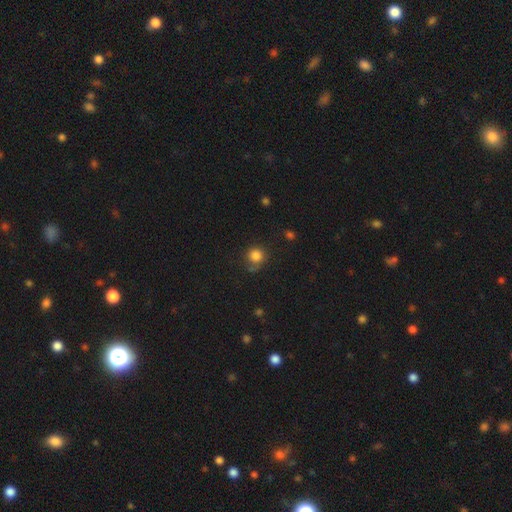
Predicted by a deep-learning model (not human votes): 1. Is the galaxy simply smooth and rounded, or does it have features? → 82% smooth, 12% star or artifact, 6% featured or disk.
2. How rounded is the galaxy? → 90% round, 10% in between, 1% cigar-shaped.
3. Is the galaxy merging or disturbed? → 70% none, 17% minor disturbance, 6% major disturbance, 6% merger.